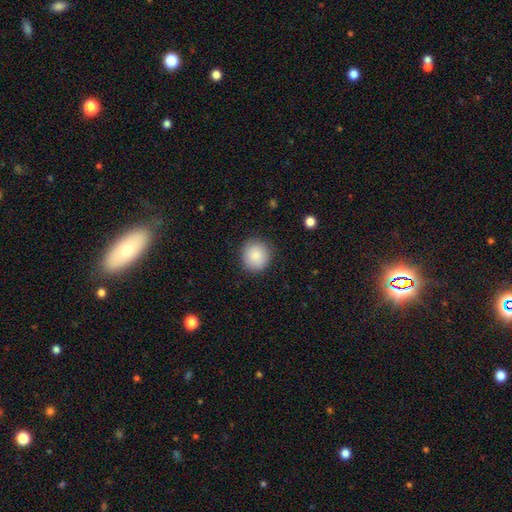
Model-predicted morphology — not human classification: This is clearly a smooth galaxy (86%). How rounded: clearly round (90%). Merging: clearly none (87%).